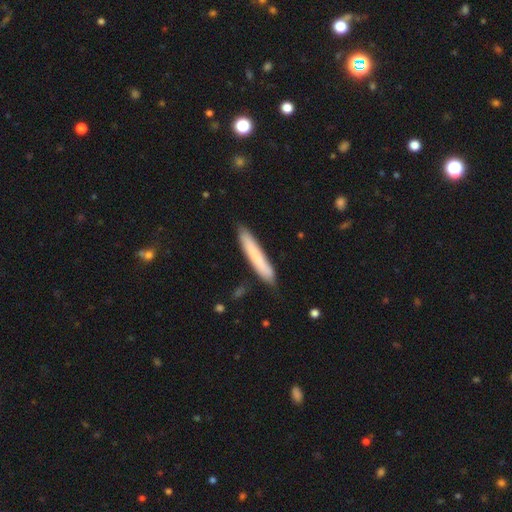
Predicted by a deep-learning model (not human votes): Smooth or featured? smooth (76%)
How rounded? cigar-shaped (95%)
Merging? none (85%)